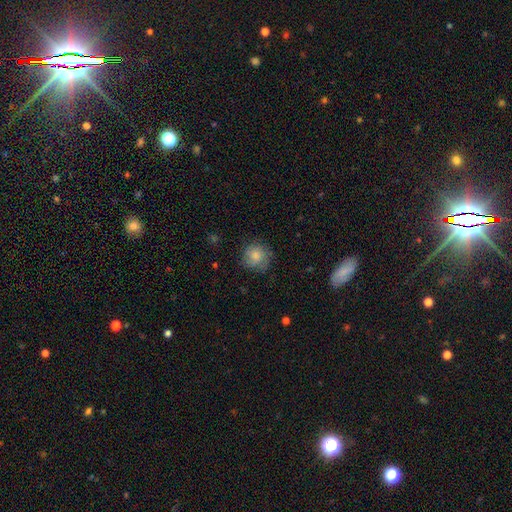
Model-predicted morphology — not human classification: Smooth or featured?
  - smooth: 73% *
  - featured or disk: 19%
  - star or artifact: 8%
How rounded?
  - round: 89% *
  - in between: 10%
  - cigar-shaped: 1%
Merging?
  - none: 73% *
  - minor disturbance: 20%
  - major disturbance: 6%
  - merger: 1%